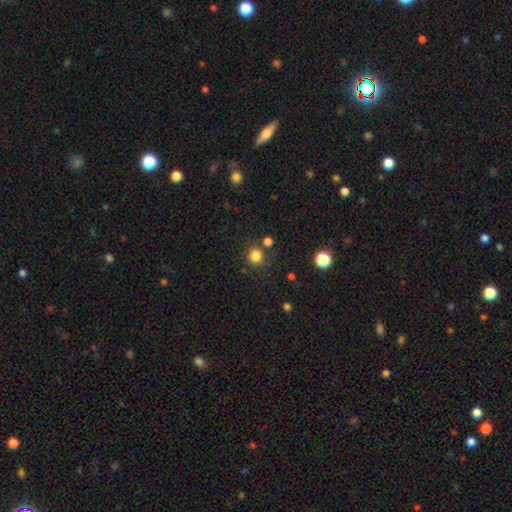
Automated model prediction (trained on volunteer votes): This appears to be a smooth galaxy with no disk features (83%) that is round (89%). Merging: none (81%).